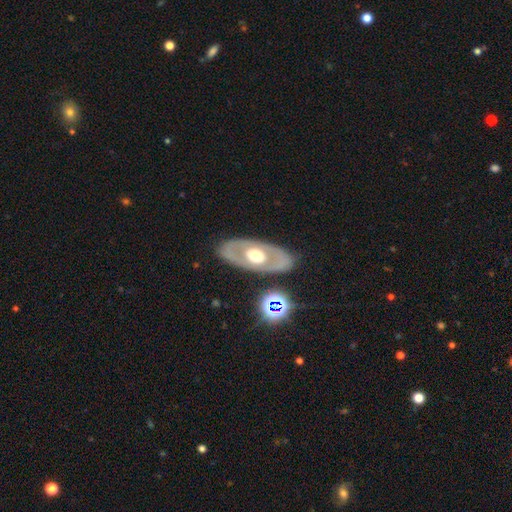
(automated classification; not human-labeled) featured or disk 63%, smooth 32%, star or artifact 6%. Down the decision tree: edge-on disk — no (86%); bar — no (88%); spiral arms — no (86%); bulge size — moderate (61%); merging — none (84%).